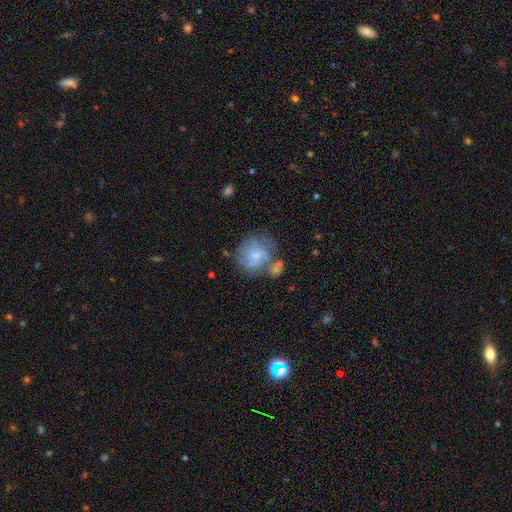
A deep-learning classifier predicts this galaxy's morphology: smooth-or-featured: smooth: 53% | featured or disk: 39% | star or artifact: 8%
  how-rounded: round: 75% | in between: 24% | cigar-shaped: 1%
  merging: none: 41% | minor disturbance: 23% | merger: 19% | major disturbance: 17%